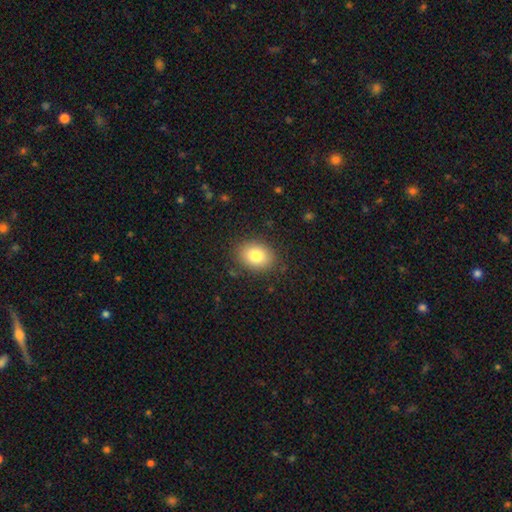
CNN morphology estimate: Smooth or featured? Predicted: smooth (p=0.81). How rounded? Predicted: in between (p=0.64). Merging? Predicted: none (p=0.85).